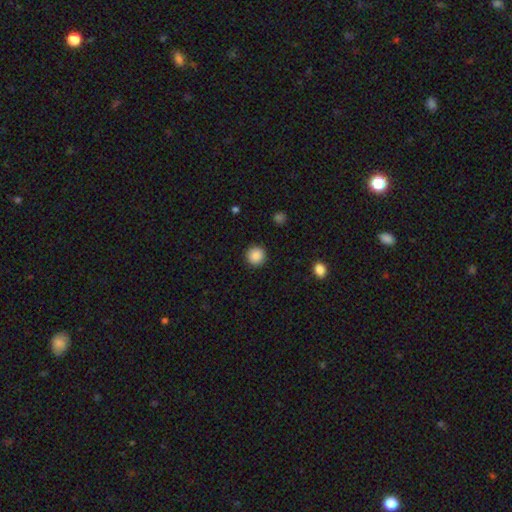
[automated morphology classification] A smooth galaxy with no disk features (88%) that is round (95%). Merging: none (92%).